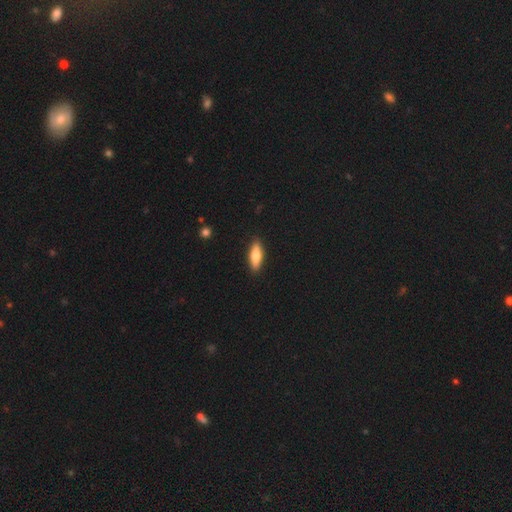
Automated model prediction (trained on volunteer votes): smooth_or_featured: smooth (p=0.70) [alt: featured or disk p=0.25]
how_rounded: in between (p=0.56) [alt: cigar-shaped p=0.41]
merging: none (p=0.90) [alt: minor disturbance p=0.08]